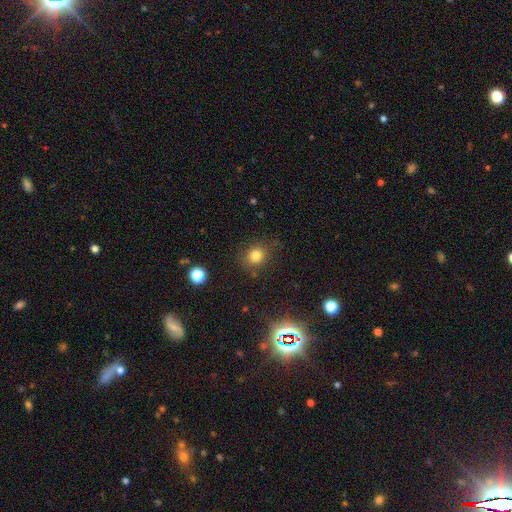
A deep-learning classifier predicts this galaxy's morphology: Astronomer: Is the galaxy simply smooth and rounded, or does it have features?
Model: smooth — 80%.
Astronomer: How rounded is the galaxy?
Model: round — 77%.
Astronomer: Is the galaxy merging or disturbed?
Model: none — 83%.